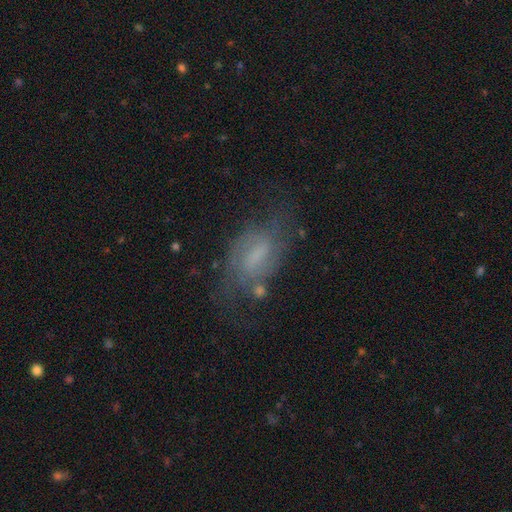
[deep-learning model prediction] The model was most divided on "bulge size": none: 40%, small: 28%, moderate: 24%, large: 7%, dominant: 2%. Remaining: edge-on disk — no (93%); spiral arms — yes (74%); smooth or featured — featured or disk (55%); merging — none (54%); bar — weak (49%).